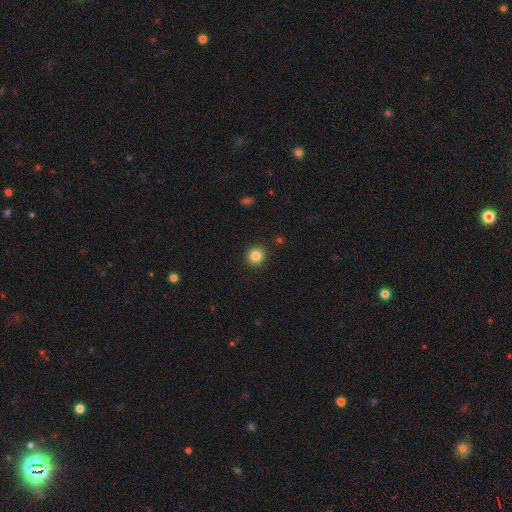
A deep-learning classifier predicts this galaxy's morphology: This is clearly a smooth galaxy (83%). How rounded: clearly round (89%). Merging: clearly none (92%).